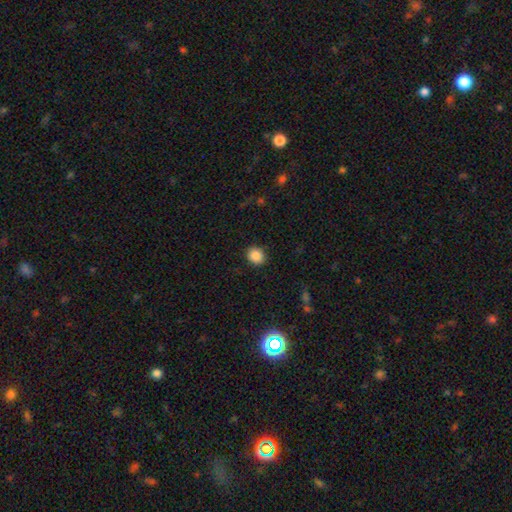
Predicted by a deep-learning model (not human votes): Smooth or featured? smooth (87%)
How rounded? round (67%)
Merging? none (89%)